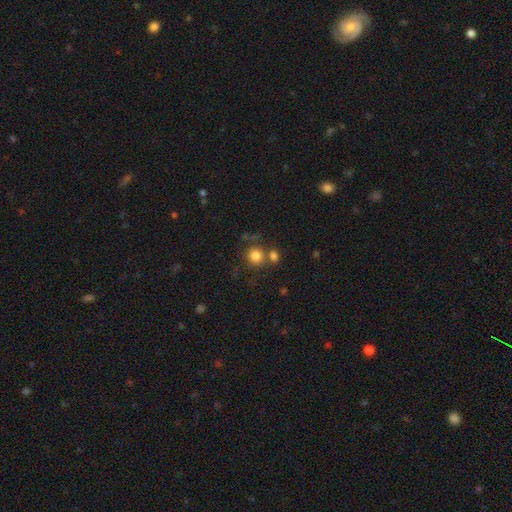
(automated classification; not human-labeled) A smooth galaxy with no disk features (81%) that is round (89%). Merging: none (64%).